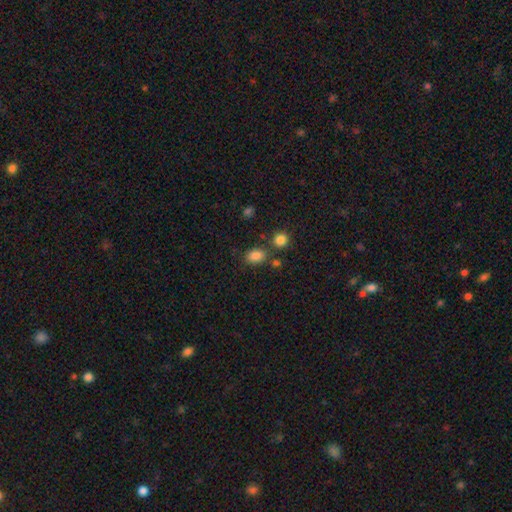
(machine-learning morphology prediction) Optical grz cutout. It shows a smooth galaxy with no disk features (84%) that is in between round and cigar-shaped (76%). Merging: none (72%).